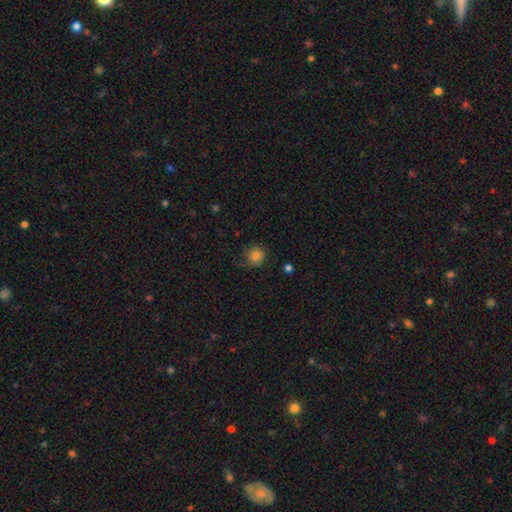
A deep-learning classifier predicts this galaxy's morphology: smooth_or_featured: smooth (p=0.79) [alt: star or artifact p=0.11]
how_rounded: round (p=0.87) [alt: in between p=0.12]
merging: none (p=0.68) [alt: minor disturbance p=0.22]